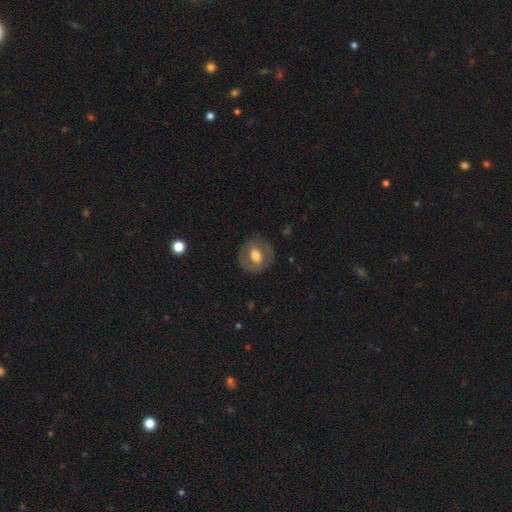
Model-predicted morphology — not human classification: This is possibly a featured or disk galaxy (47%, tied with smooth). Merging: clearly none (81%).